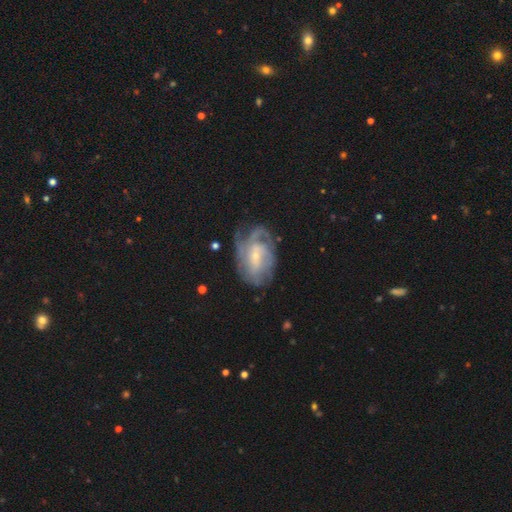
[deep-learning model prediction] featured or disk 79%, smooth 14%, star or artifact 6%. Down the decision tree: edge-on disk — no (96%); bar — no (54%); spiral arms — yes (87%); spiral arm count — can't tell (42%); spiral winding — tight (47%); bulge size — small (73%); merging — none (54%).